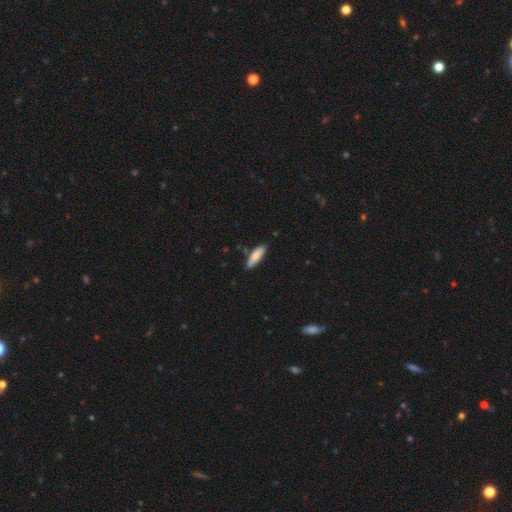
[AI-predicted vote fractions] A smooth galaxy with no disk features (80%) that is cigar-shaped (56%). Merging: none (83%).